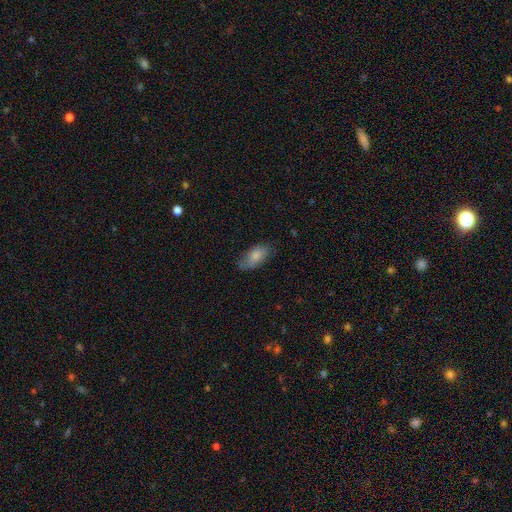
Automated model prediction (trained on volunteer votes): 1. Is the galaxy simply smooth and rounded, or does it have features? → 79% smooth, 15% featured or disk, 7% star or artifact.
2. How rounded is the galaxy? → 92% in between, 5% cigar-shaped, 3% round.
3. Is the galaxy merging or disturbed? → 66% none, 26% minor disturbance, 6% major disturbance, 2% merger.